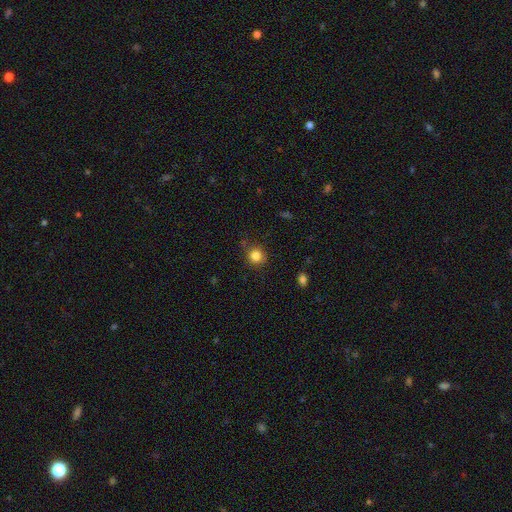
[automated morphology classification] smooth 84%, star or artifact 11%, featured or disk 5%. Down the decision tree: how rounded — round (89%); merging — none (82%).